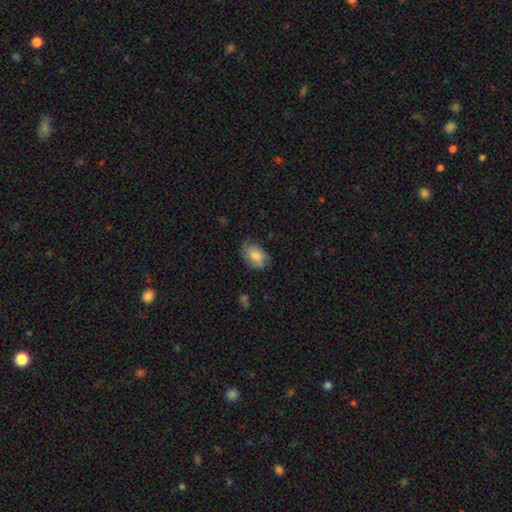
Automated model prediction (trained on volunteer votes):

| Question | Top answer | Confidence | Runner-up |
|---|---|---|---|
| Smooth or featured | smooth | 76% | featured or disk (17%) |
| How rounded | in between | 85% | round (13%) |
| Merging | none | 72% | minor disturbance (22%) |